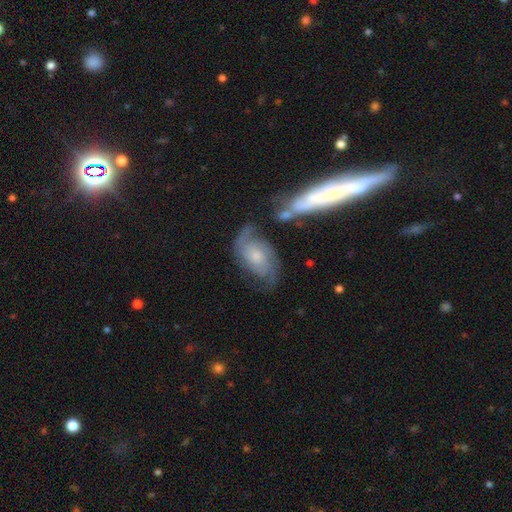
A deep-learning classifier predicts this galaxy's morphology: This is likely a featured or disk galaxy (78%). It is clearly not viewed edge-on (95%). Bar: likely no (67%). Spiral arm pattern: clearly yes (94%). Spiral arm count: possibly 2 (59%). Spiral winding: marginally medium (44%). Central bulge: possibly small (46%). Merging: possibly none (53%).